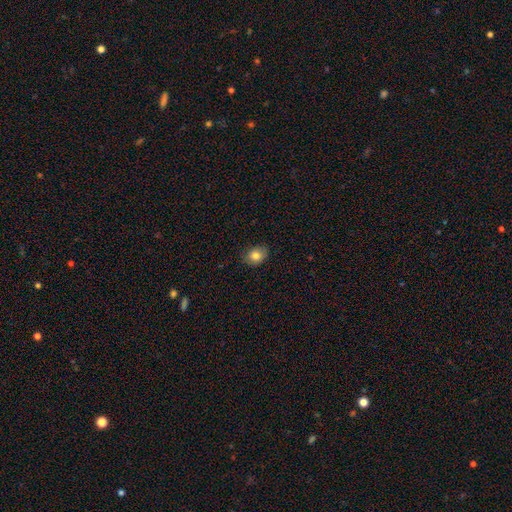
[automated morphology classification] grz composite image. It shows a smooth galaxy with no disk features (82%) that is in between round and cigar-shaped (63%). Merging: none (81%).